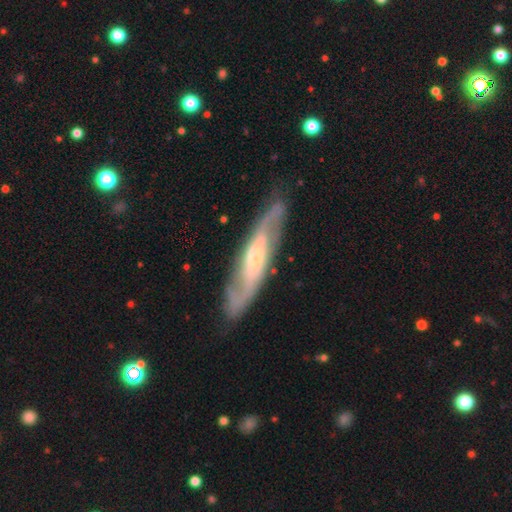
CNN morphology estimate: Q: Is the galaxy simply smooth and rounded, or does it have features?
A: featured or disk — 81%.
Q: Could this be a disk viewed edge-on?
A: no — 75%.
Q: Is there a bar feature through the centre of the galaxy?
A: no — 46%.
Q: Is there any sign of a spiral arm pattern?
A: yes — 94%.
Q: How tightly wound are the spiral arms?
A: medium — 48%.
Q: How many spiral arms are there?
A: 2 — 83%.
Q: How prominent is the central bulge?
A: small — 49%.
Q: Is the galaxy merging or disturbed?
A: none — 82%.